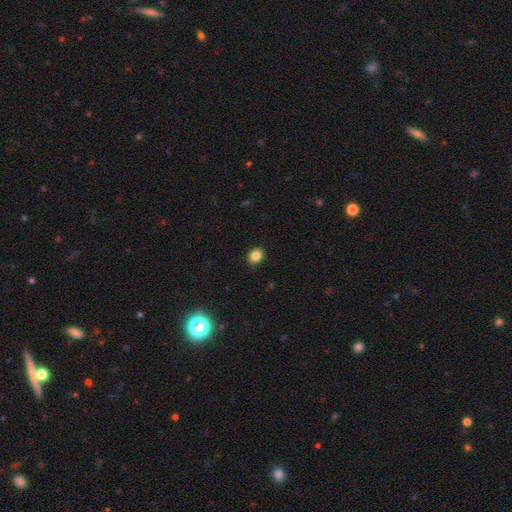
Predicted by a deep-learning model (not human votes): Smooth or featured?
  - smooth: 85% *
  - star or artifact: 11%
  - featured or disk: 5%
How rounded?
  - round: 50% *
  - in between: 49%
  - cigar-shaped: 1%
Merging?
  - none: 89% *
  - minor disturbance: 8%
  - major disturbance: 2%
  - merger: 1%